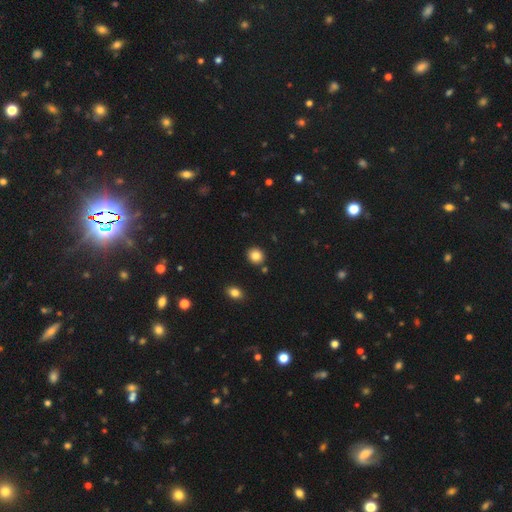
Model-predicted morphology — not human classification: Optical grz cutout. It shows a smooth galaxy with no disk features (84%) that is round (82%). Merging: none (88%).